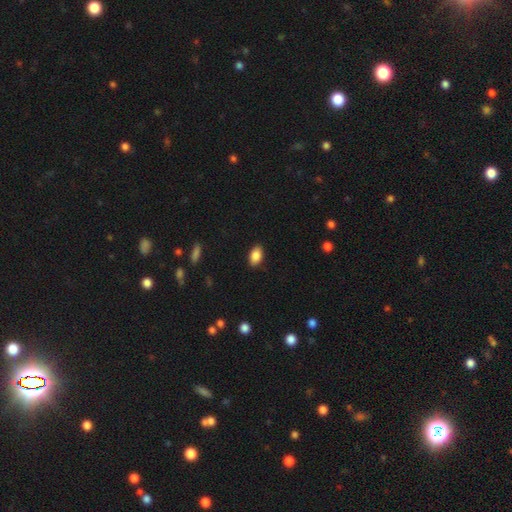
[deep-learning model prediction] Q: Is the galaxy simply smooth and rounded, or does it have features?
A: smooth — 87%.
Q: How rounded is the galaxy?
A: in between — 91%.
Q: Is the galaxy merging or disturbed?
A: none — 88%.